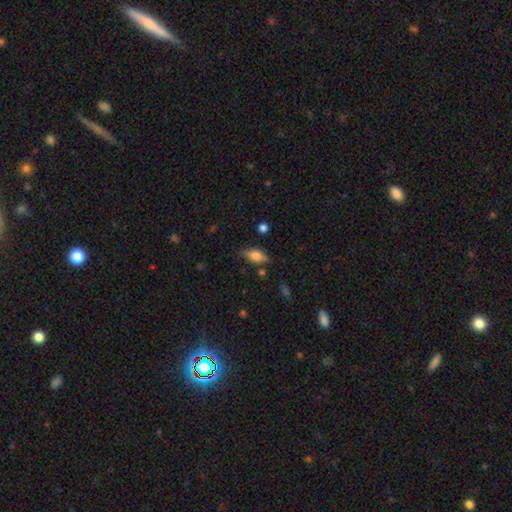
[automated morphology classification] smooth-or-featured: smooth: 61% | featured or disk: 31% | star or artifact: 9%
  how-rounded: in between: 77% | cigar-shaped: 17% | round: 6%
  merging: none: 72% | minor disturbance: 20% | major disturbance: 5% | merger: 3%